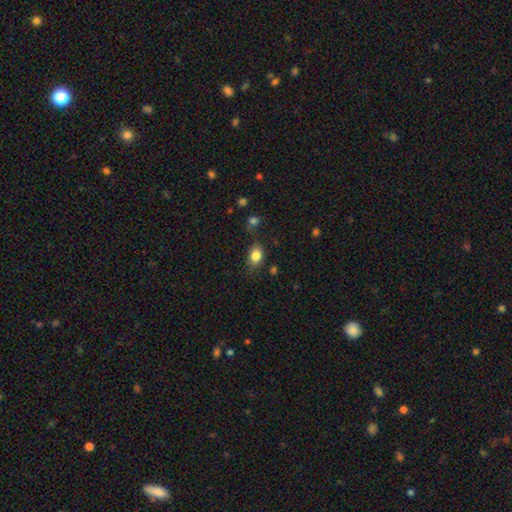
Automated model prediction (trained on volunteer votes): smooth-or-featured: smooth: 83% | star or artifact: 9% | featured or disk: 7%
  how-rounded: in between: 75% | round: 24% | cigar-shaped: 1%
  merging: none: 72% | minor disturbance: 19% | major disturbance: 5% | merger: 4%